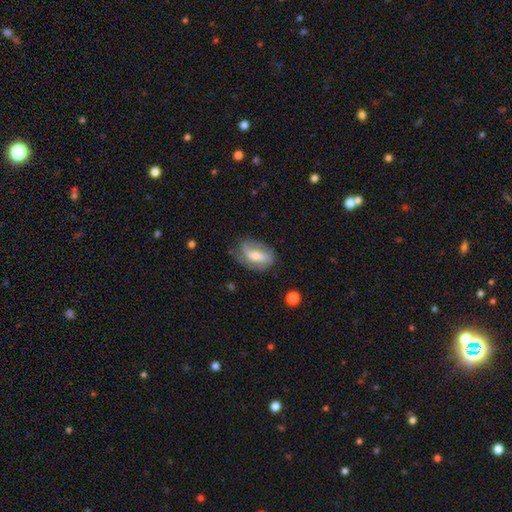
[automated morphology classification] Overall: featured or disk (56%; smooth 36%). Edge-on disk: no (92%). Bar: weak (37%; no 33%). Spiral arms: yes (72%). Bulge size: moderate (51%; small 40%). Merging: none (65%).